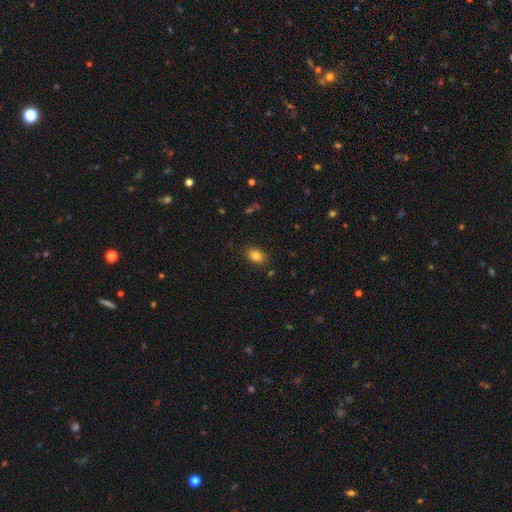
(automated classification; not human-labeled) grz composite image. It shows a smooth galaxy with no disk features (84%) that is in between round and cigar-shaped (81%). Merging: none (86%).